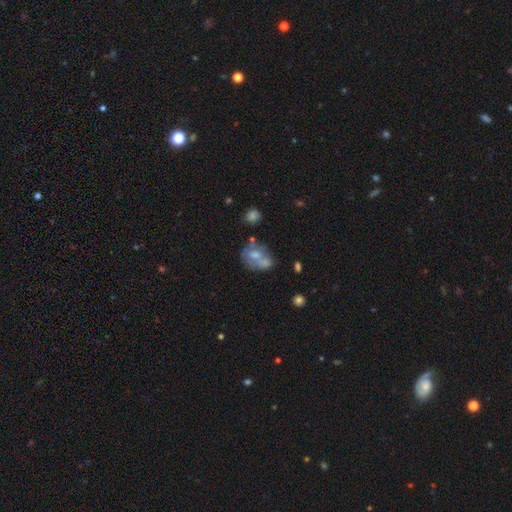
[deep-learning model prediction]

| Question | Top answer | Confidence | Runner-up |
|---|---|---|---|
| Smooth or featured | smooth | 47% | featured or disk (43%) |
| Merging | merger | 36% | none (30%) |